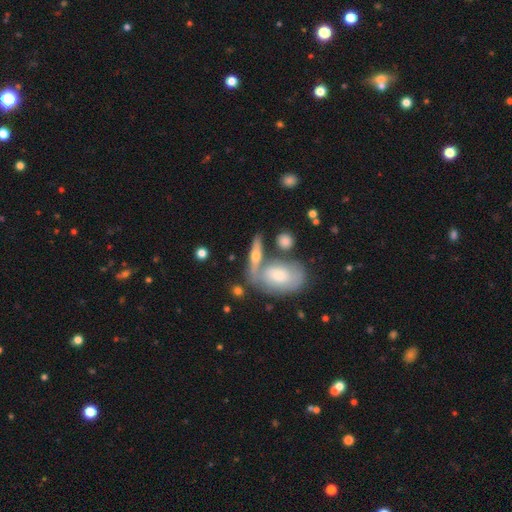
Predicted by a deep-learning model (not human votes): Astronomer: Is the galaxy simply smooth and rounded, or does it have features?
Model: featured or disk — 54% (runner-up: smooth, 39%).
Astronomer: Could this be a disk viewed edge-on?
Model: yes — 79%.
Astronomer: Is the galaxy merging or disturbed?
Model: none — 54%.